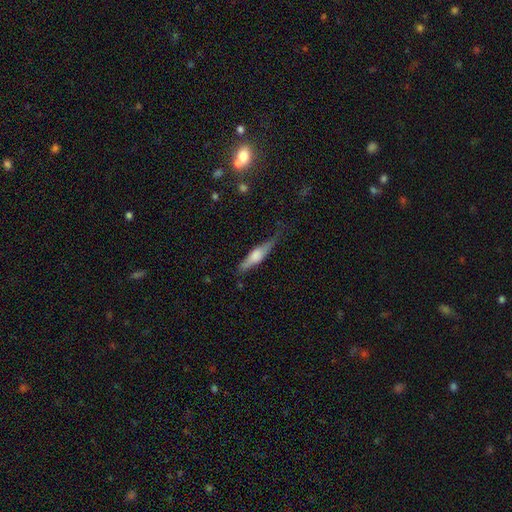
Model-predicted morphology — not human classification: Smooth or featured: smooth — 50% (featured or disk — 44%)
How rounded: cigar-shaped — 74% (in between — 24%)
Merging: none — 65% (minor disturbance — 25%)